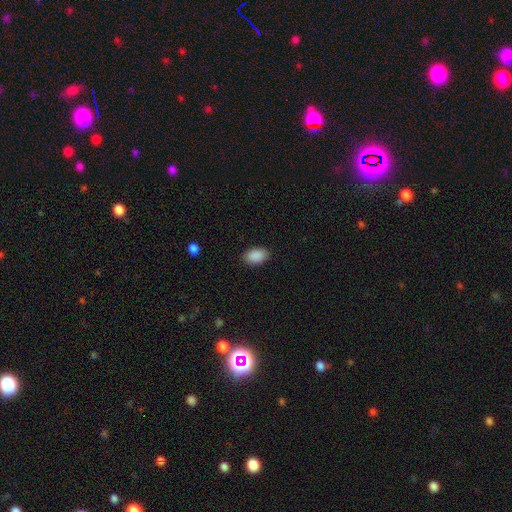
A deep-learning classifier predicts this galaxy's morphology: A smooth galaxy with no disk features (90%) that is in between round and cigar-shaped (91%).

Vote fractions:
- Smooth or featured? smooth: 90% / star or artifact: 7% / featured or disk: 3%
- How rounded? in between: 91% / round: 8% / cigar-shaped: 1%
- Merging? none: 88% / minor disturbance: 9% / major disturbance: 2% / merger: 1%